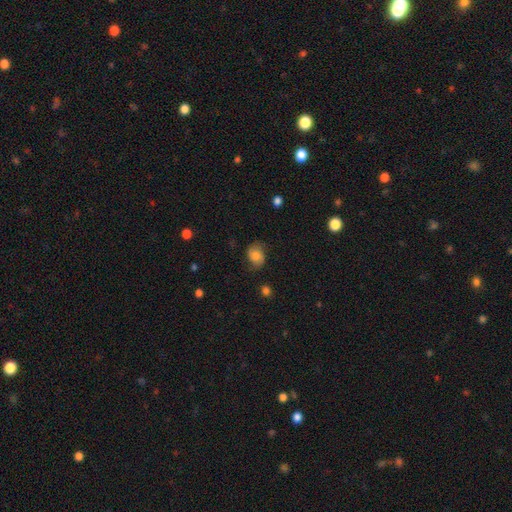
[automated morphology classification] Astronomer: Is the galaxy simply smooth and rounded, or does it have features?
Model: smooth — 60%.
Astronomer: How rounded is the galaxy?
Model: in between — 51% (runner-up: round, 48%).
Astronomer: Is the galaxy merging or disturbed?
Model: none — 69%.